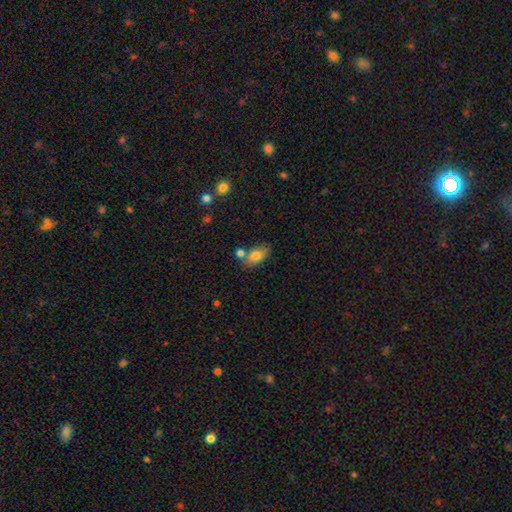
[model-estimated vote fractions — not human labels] A smooth galaxy with no disk features (78%) that is in between round and cigar-shaped (88%).

Vote fractions:
- Smooth or featured? smooth: 78% / featured or disk: 13% / star or artifact: 8%
- How rounded? in between: 88% / round: 8% / cigar-shaped: 4%
- Merging? none: 58% / merger: 19% / minor disturbance: 18% / major disturbance: 5%